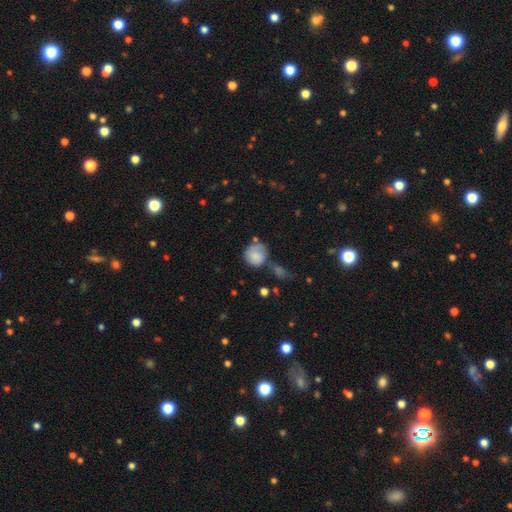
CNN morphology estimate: smooth 73%, featured or disk 19%, star or artifact 8%. Down the decision tree: how rounded — round (80%); merging — none (45%).